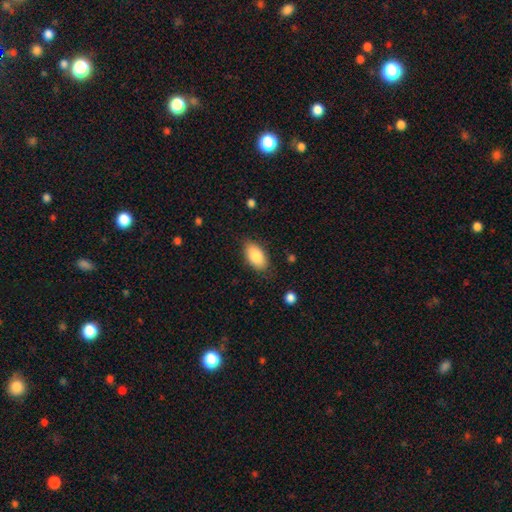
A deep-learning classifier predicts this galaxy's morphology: Smooth or featured: smooth — 86% (featured or disk — 8%)
How rounded: in between — 94% (round — 4%)
Merging: none — 81% (minor disturbance — 14%)